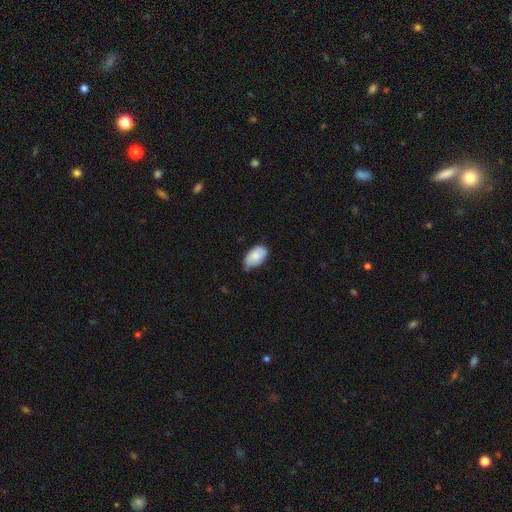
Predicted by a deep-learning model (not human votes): Q: Smooth or featured?
A: smooth (82%); runner-up: featured or disk (12%)
Q: How rounded?
A: in between (94%); runner-up: round (5%)
Q: Merging?
A: none (61%); runner-up: minor disturbance (33%)